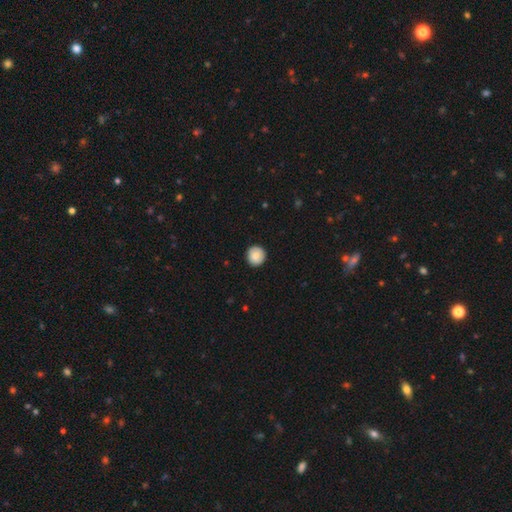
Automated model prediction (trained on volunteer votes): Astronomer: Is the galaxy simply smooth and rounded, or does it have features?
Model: smooth — 84%.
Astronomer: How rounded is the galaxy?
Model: round — 94%.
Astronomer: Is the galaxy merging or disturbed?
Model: none — 88%.